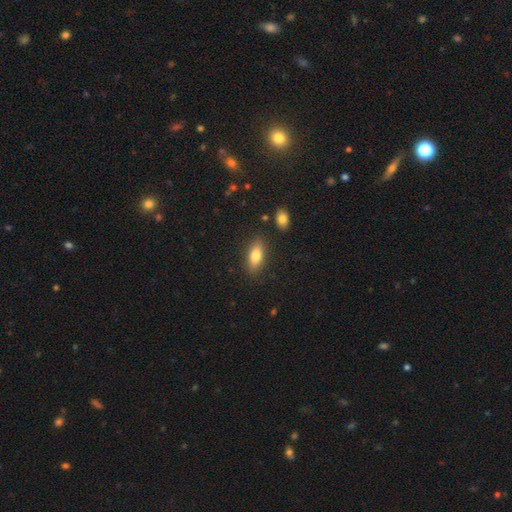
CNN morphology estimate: Overall: smooth (80%). How rounded: in between (81%). Merging: none (85%).